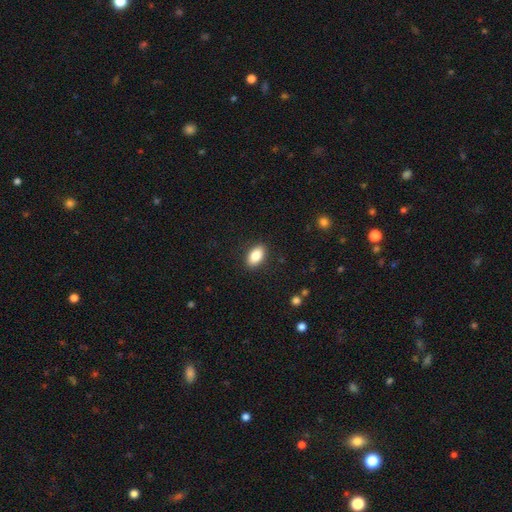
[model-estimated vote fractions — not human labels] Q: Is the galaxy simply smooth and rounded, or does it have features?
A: smooth — 85%.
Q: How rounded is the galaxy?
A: in between — 91%.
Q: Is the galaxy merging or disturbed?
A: none — 89%.